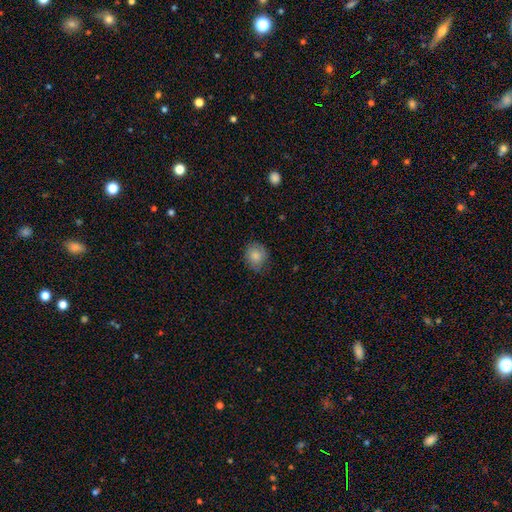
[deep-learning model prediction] Overall: smooth (84%). How rounded: round (67%; in between 32%). Merging: none (75%).